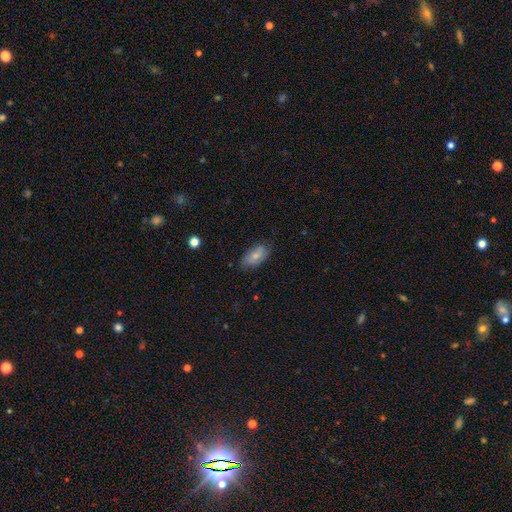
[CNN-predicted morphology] Smooth or featured? smooth (76%)
How rounded? in between (93%)
Merging? none (76%)